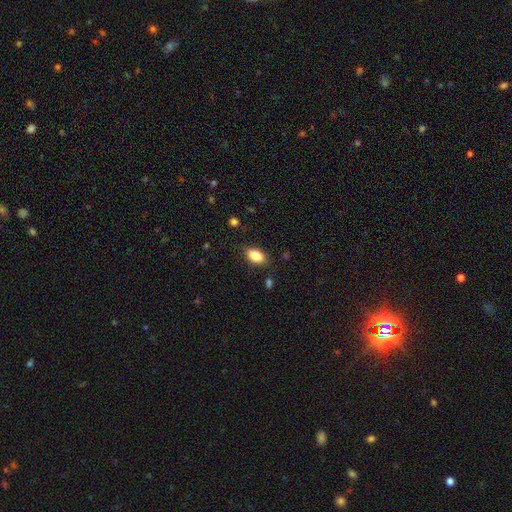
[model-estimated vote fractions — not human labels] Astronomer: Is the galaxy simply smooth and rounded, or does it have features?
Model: smooth — 84%.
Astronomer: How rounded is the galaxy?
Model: in between — 88%.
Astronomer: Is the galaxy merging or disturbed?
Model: none — 83%.